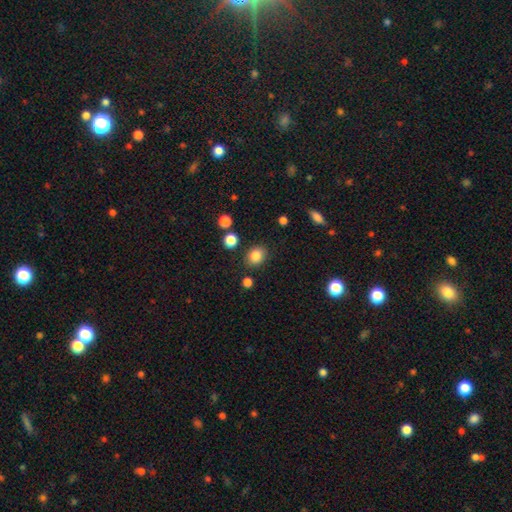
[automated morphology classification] A smooth galaxy with no disk features (85%) that is round (58%). Merging: none (83%).